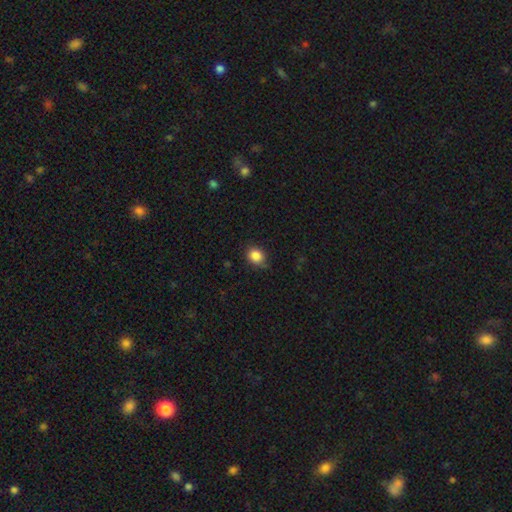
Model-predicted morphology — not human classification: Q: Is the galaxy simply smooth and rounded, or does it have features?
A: smooth — 85%.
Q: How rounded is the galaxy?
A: round — 62%.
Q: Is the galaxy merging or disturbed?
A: none — 73%.